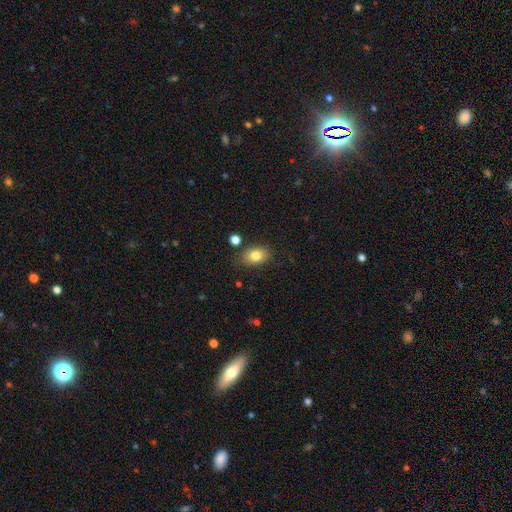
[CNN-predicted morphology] The model was most divided on "how rounded": in between: 75%, round: 24%, cigar-shaped: 1%. More confident: smooth or featured — smooth (81%); merging — none (79%).